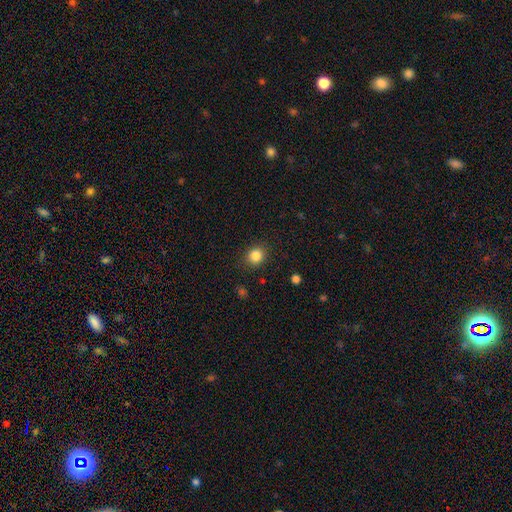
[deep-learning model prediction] Q: Smooth or featured?
A: smooth (85%); runner-up: star or artifact (11%)
Q: How rounded?
A: round (79%); runner-up: in between (20%)
Q: Merging?
A: none (88%); runner-up: minor disturbance (8%)